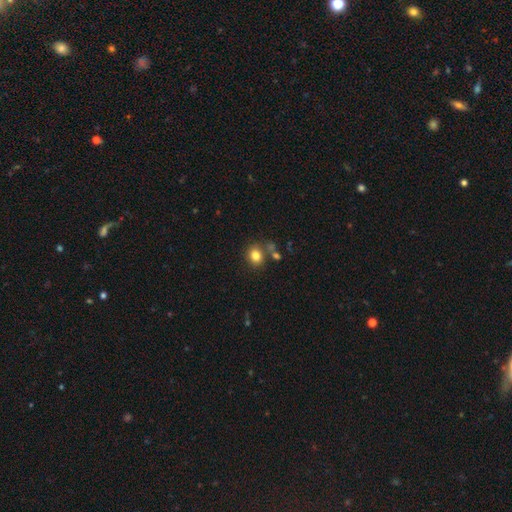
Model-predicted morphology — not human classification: type=smooth (80%); roundness=round (69%); merging=none (71%).